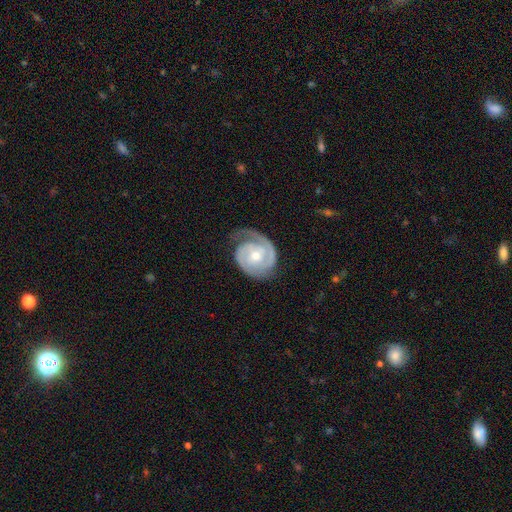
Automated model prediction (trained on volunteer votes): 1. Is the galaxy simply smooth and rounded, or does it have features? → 87% featured or disk, 9% smooth, 4% star or artifact.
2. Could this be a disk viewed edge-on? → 98% no, 2% yes.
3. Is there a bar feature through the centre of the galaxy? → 65% no, 28% weak, 6% strong.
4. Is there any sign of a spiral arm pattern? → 97% yes, 3% no.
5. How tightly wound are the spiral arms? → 65% tight, 28% medium, 7% loose.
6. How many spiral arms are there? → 58% 2, 24% 1, 8% can't tell, 6% 3, 2% 4, 2% more than 4.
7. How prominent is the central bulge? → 58% moderate, 37% small, 3% large, 1% none, 1% dominant.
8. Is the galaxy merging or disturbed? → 62% none, 23% minor disturbance, 13% major disturbance, 1% merger.